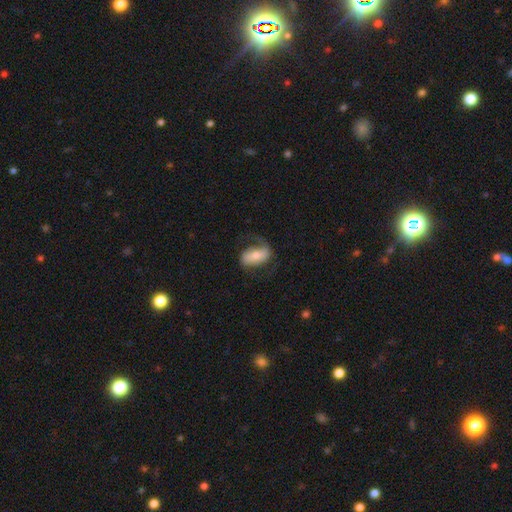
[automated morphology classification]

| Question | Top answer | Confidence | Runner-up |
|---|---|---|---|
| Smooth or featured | featured or disk | 52% | smooth (42%) |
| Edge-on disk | no | 93% | yes (7%) |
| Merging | none | 54% | major disturbance (23%) |